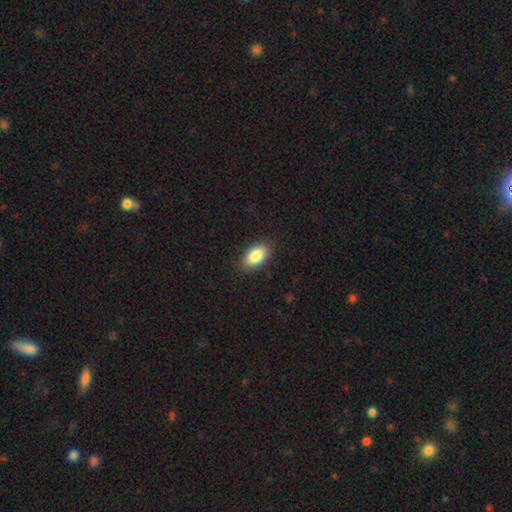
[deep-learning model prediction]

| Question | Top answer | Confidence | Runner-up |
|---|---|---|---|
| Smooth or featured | smooth | 87% | star or artifact (7%) |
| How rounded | in between | 92% | round (5%) |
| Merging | none | 87% | minor disturbance (10%) |